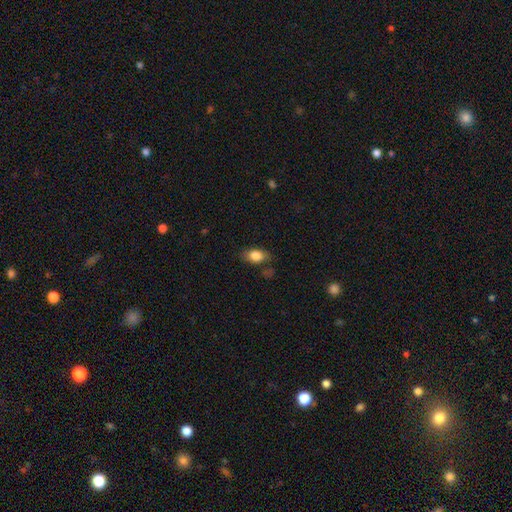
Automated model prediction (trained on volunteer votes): smooth 82%, featured or disk 10%, star or artifact 8%. Down the decision tree: how rounded — in between (85%); merging — none (73%).